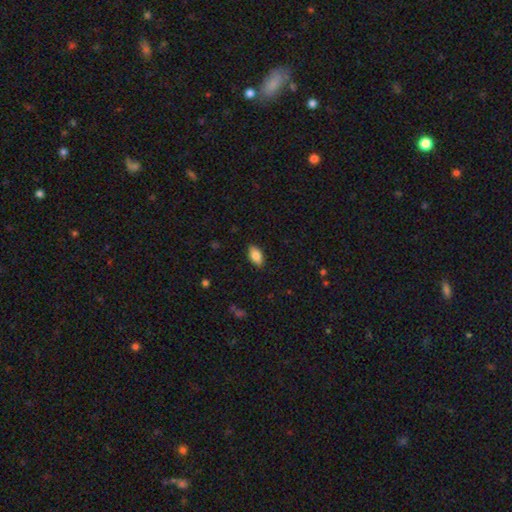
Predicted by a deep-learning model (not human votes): smooth_or_featured: smooth (p=0.85) [alt: featured or disk p=0.08]
how_rounded: in between (p=0.93) [alt: round p=0.04]
merging: none (p=0.87) [alt: minor disturbance p=0.10]